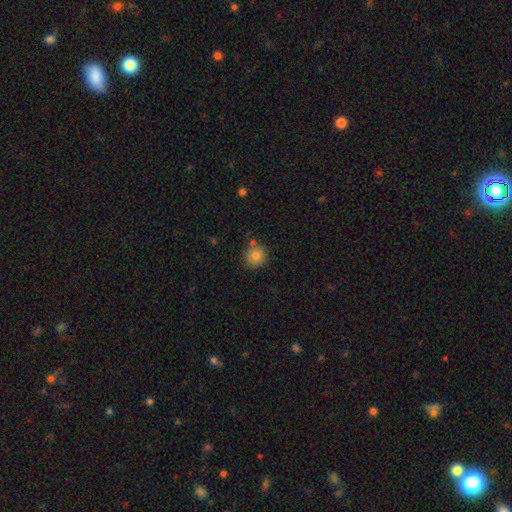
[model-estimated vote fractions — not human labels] A smooth galaxy with no disk features (84%) that is round (91%).

Vote fractions:
- Smooth or featured? smooth: 84% / star or artifact: 9% / featured or disk: 7%
- How rounded? round: 91% / in between: 8% / cigar-shaped: 1%
- Merging? none: 78% / minor disturbance: 11% / merger: 8% / major disturbance: 3%